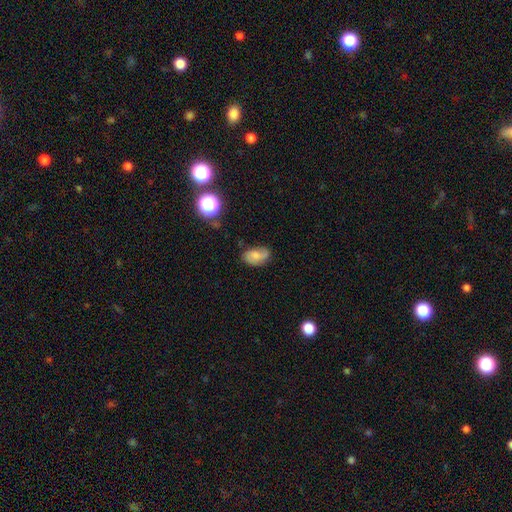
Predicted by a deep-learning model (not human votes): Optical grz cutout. It shows a smooth galaxy with no disk features (53%) that is in between round and cigar-shaped (88%). Merging: none (64%).